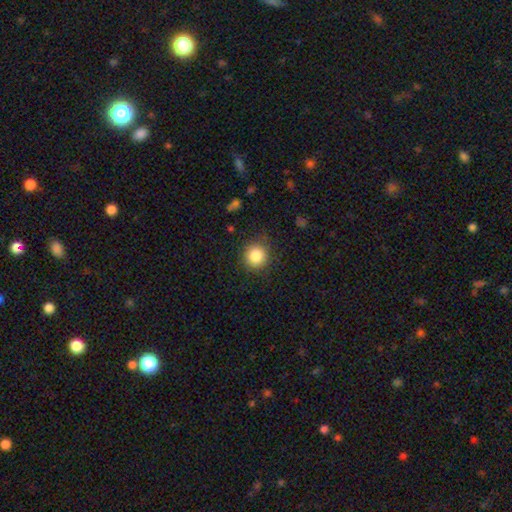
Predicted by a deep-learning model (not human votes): Smooth or featured? smooth (84%)
How rounded? round (91%)
Merging? none (86%)